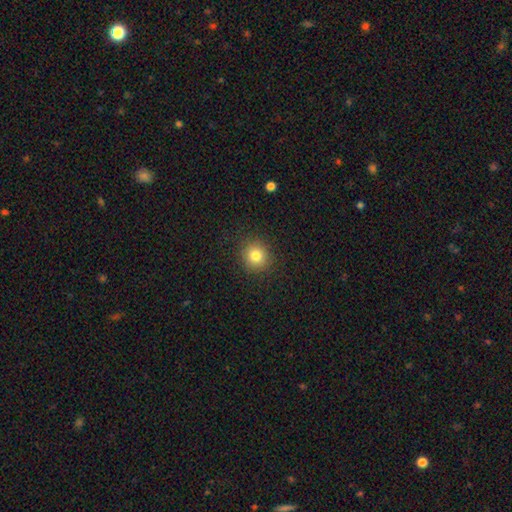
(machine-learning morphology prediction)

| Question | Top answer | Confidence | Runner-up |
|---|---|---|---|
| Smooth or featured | smooth | 81% | star or artifact (12%) |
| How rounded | round | 90% | in between (9%) |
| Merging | none | 90% | minor disturbance (7%) |